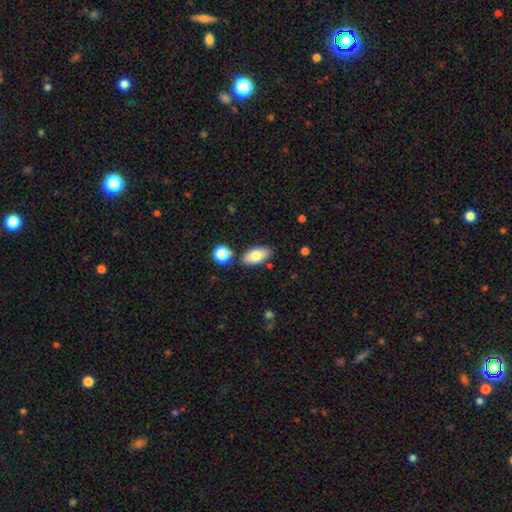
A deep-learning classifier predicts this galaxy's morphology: Overall: smooth (79%). How rounded: in between (91%). Merging: none (80%).